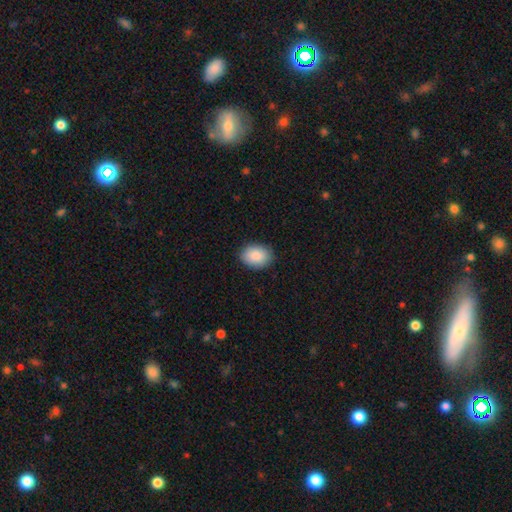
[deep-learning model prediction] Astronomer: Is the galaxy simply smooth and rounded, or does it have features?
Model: smooth — 89%.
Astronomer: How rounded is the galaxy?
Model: in between — 68%.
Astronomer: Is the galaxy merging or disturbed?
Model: none — 88%.